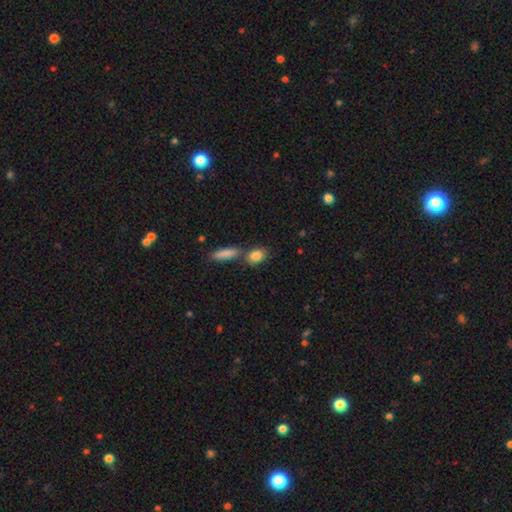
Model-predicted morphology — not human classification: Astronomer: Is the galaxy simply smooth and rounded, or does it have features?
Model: smooth — 84%.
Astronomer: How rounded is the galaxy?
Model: in between — 72%.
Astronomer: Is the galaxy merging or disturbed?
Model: none — 58%.